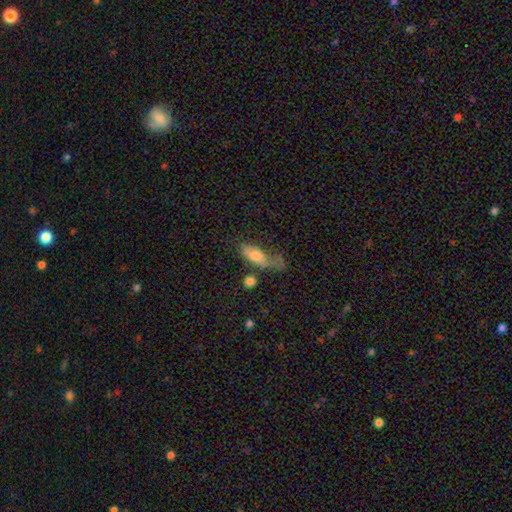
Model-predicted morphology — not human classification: smooth 71%, featured or disk 21%, star or artifact 8%. Down the decision tree: how rounded — in between (72%); merging — major disturbance (31%, tied with none).